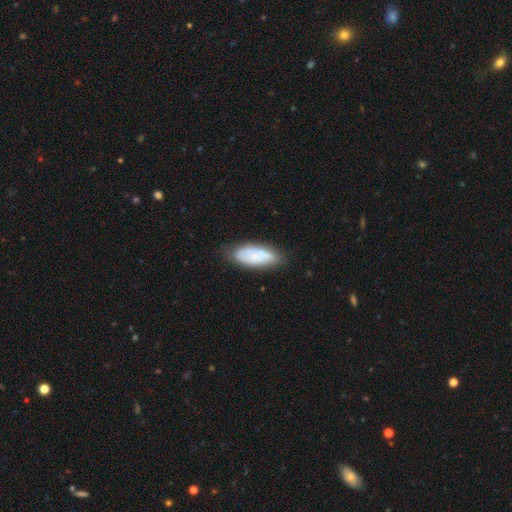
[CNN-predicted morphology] The model was most divided on "smooth or featured": smooth: 57%, featured or disk: 36%, star or artifact: 7%. More confident: how rounded — in between (83%); merging — none (73%).